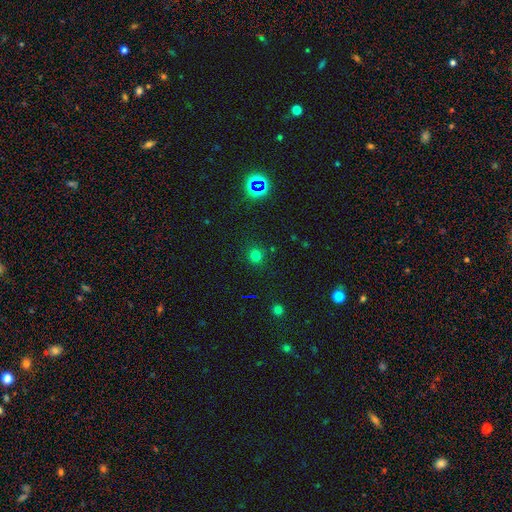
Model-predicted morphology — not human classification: smooth 72%, star or artifact 22%, featured or disk 6%. Down the decision tree: how rounded — round (92%); merging — none (86%).